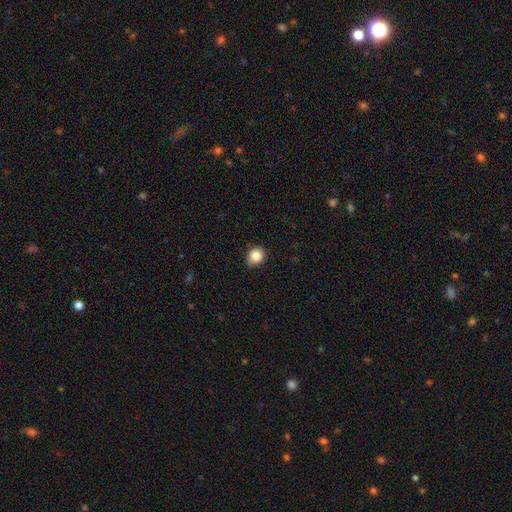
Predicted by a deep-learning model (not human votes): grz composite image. It shows a smooth galaxy with no disk features (84%) that is round (63%). Merging: none (84%).